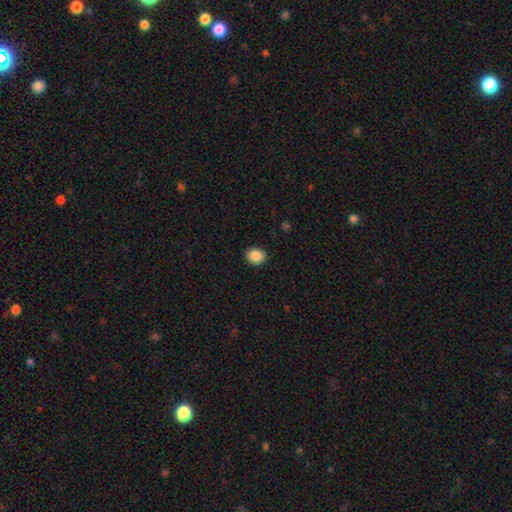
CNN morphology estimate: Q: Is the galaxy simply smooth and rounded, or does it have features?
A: smooth — 87%.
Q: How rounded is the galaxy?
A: round — 72%.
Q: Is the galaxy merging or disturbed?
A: none — 91%.